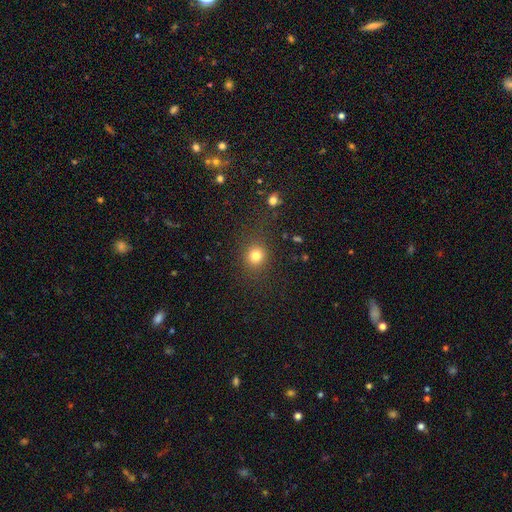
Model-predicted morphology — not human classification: Q: Smooth or featured?
A: smooth (80%); runner-up: star or artifact (14%)
Q: How rounded?
A: round (85%); runner-up: in between (14%)
Q: Merging?
A: none (83%); runner-up: minor disturbance (9%)